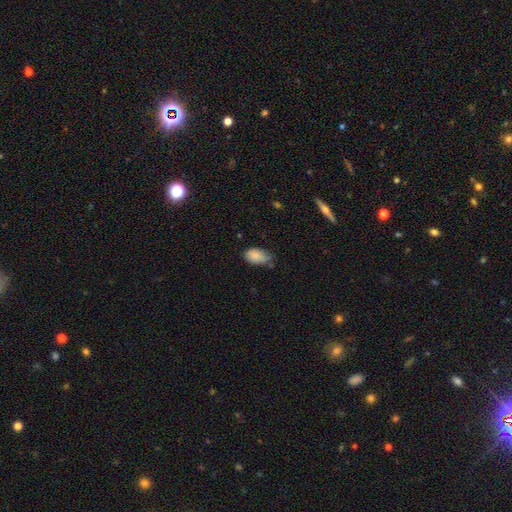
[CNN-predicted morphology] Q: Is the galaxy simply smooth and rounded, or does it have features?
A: smooth — 85%.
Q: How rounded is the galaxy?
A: in between — 92%.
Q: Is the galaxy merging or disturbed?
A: none — 51%.